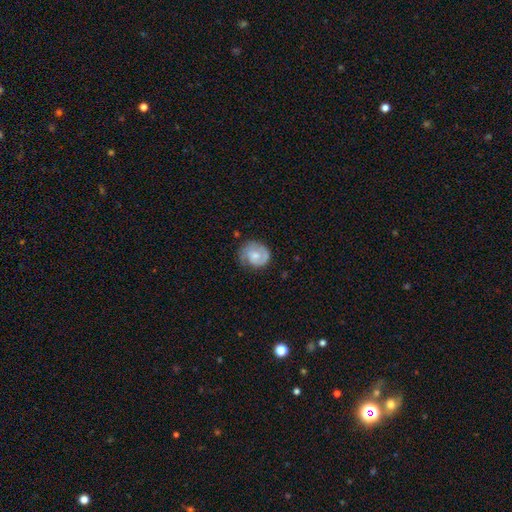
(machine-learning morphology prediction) A featured or disk galaxy (67%) with no bar (63%), 2 (54%) tight (51%) spiral arms (90%) and a moderate central bulge (47%).

Vote fractions:
- Smooth or featured? featured or disk: 67% / smooth: 27% / star or artifact: 6%
- Edge-on disk? no: 98% / yes: 2%
- Bar? no: 63% / weak: 32% / strong: 5%
- Spiral arms? yes: 90% / no: 10%
- Spiral winding? tight: 51% / medium: 36% / loose: 13%
- Spiral arm count? 2: 54% / 1: 24% / can't tell: 15% / 3: 5% / 4: 1% / more than 4: 1%
- Bulge size? moderate: 47% / small: 42% / none: 7% / large: 4% / dominant: 1%
- Merging? none: 62% / minor disturbance: 25% / major disturbance: 11% / merger: 2%